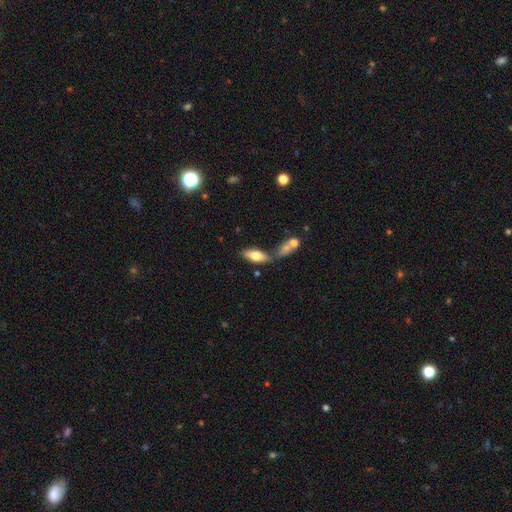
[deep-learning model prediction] Smooth or featured: smooth — 68% (featured or disk — 25%)
How rounded: in between — 77% (cigar-shaped — 20%)
Merging: none — 57% (merger — 24%)